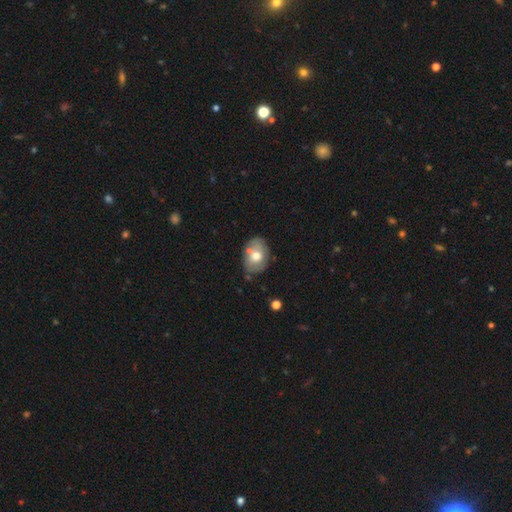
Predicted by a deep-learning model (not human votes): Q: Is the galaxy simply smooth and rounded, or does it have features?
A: smooth — 61%.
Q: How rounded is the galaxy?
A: in between — 74%.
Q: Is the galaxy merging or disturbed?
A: none — 64%.